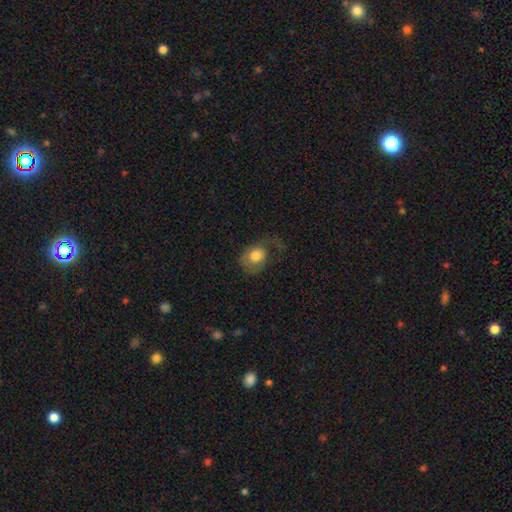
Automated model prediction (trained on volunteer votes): This is likely a smooth galaxy (66%). How rounded: possibly in between (52%). Merging: marginally major disturbance (45%).